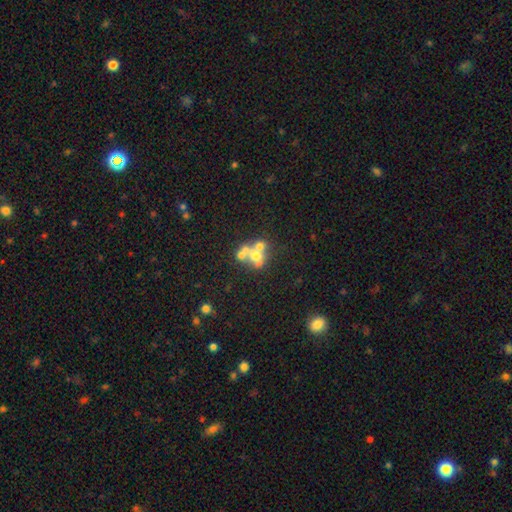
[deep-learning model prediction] Smooth or featured?
  - featured or disk: 42% *
  - smooth: 40%
  - star or artifact: 17%
Merging?
  - merger: 57% *
  - none: 25%
  - major disturbance: 10%
  - minor disturbance: 9%